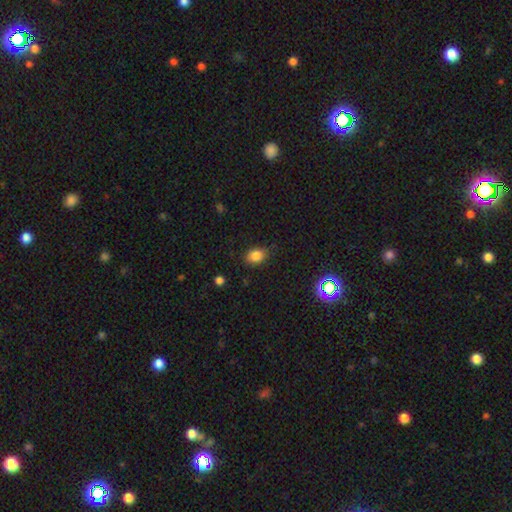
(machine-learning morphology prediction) Smooth or featured?
  - smooth: 83% *
  - star or artifact: 12%
  - featured or disk: 5%
How rounded?
  - in between: 61% *
  - round: 37%
  - cigar-shaped: 1%
Merging?
  - none: 79% *
  - minor disturbance: 16%
  - major disturbance: 3%
  - merger: 1%